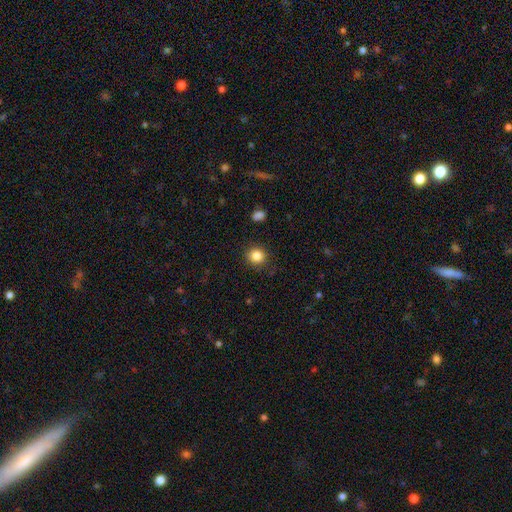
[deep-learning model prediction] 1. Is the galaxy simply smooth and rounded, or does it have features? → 85% smooth, 11% star or artifact, 4% featured or disk.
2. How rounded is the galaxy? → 88% round, 11% in between, 1% cigar-shaped.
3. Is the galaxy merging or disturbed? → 89% none, 7% minor disturbance, 2% major disturbance, 1% merger.